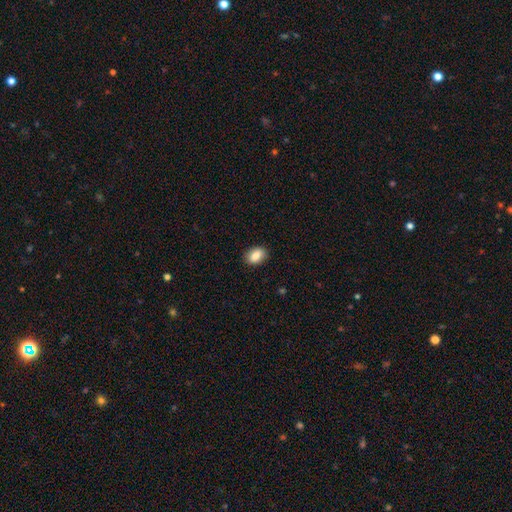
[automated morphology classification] A smooth galaxy with no disk features (85%) that is in between round and cigar-shaped (78%).

Vote fractions:
- Smooth or featured? smooth: 85% / star or artifact: 7% / featured or disk: 7%
- How rounded? in between: 78% / round: 20% / cigar-shaped: 1%
- Merging? none: 88% / minor disturbance: 9% / major disturbance: 2% / merger: 1%